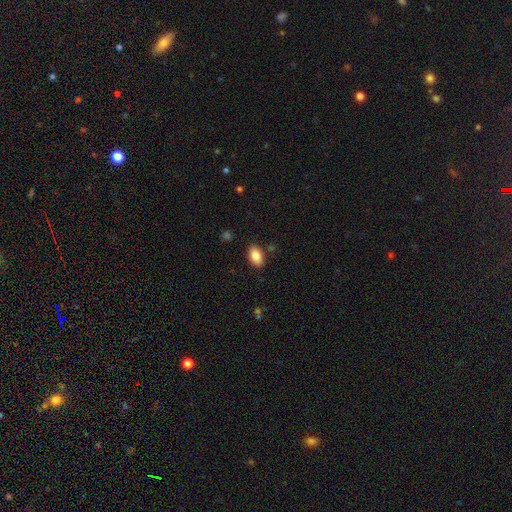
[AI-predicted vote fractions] Q: Smooth or featured?
A: smooth (85%); runner-up: star or artifact (8%)
Q: How rounded?
A: in between (92%); runner-up: round (6%)
Q: Merging?
A: none (85%); runner-up: minor disturbance (10%)